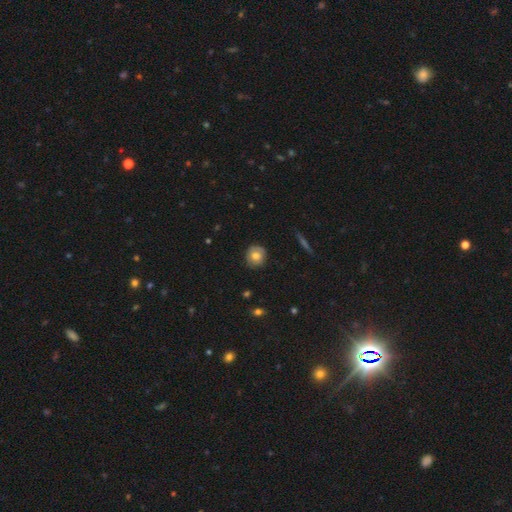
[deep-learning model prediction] This appears to be a smooth galaxy with no disk features (65%) that is round (85%). Merging: none (83%).